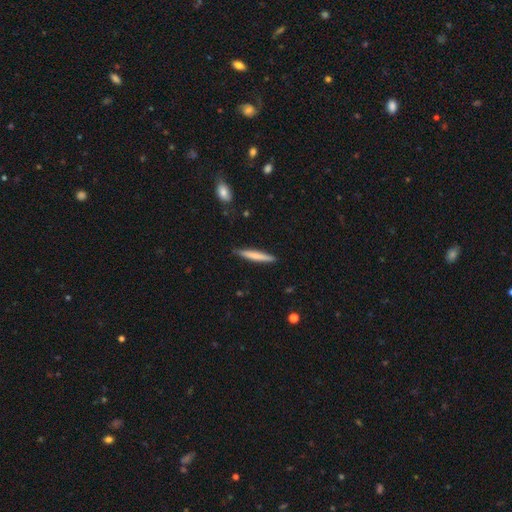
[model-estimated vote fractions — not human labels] Morphology: type=smooth (69%); roundness=cigar-shaped (95%); merging=none (88%).